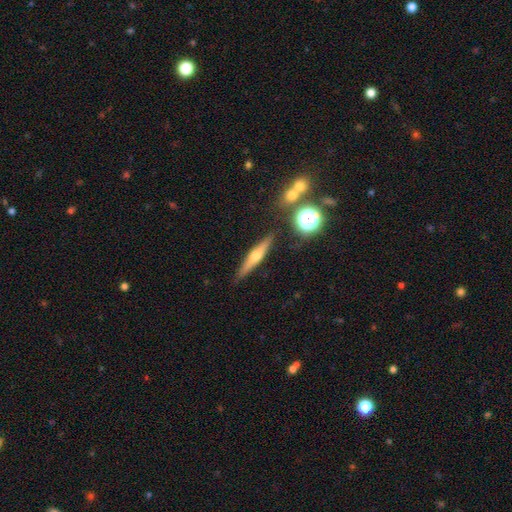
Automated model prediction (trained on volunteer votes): Morphology: type=featured or disk (64%); edge-on=yes (96%); edge-on bulge=rounded (89%); merging=none (87%).